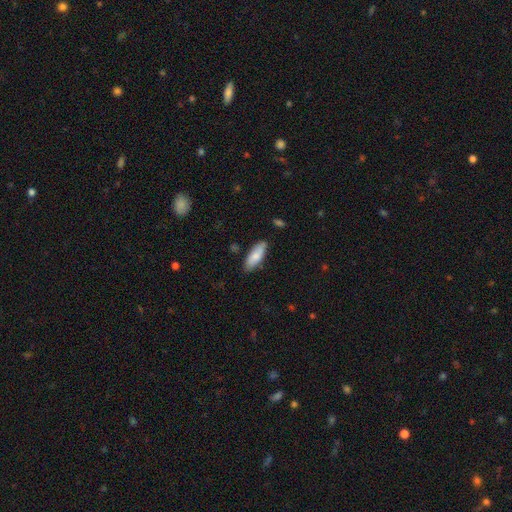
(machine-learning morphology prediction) Smooth or featured? Predicted: smooth (p=0.79). How rounded? Predicted: in between (p=0.68). Merging? Predicted: none (p=0.82).